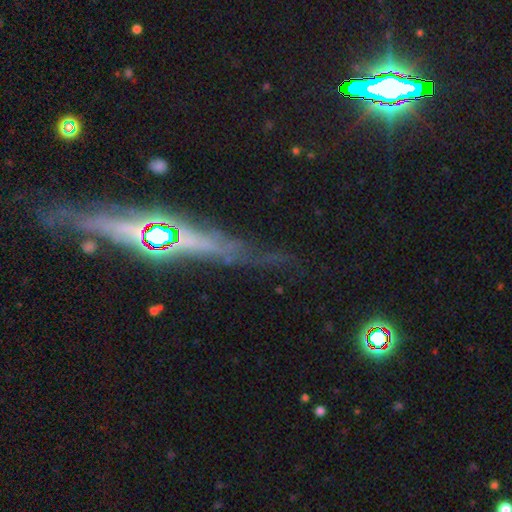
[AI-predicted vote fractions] smooth-or-featured: featured or disk: 60% | star or artifact: 25% | smooth: 15%
  disk-edge-on: yes: 88% | no: 12%
    edge-on-bulge: rounded: 62% | none: 26% | boxy: 12%
  merging: none: 79% | minor disturbance: 13% | major disturbance: 5% | merger: 3%